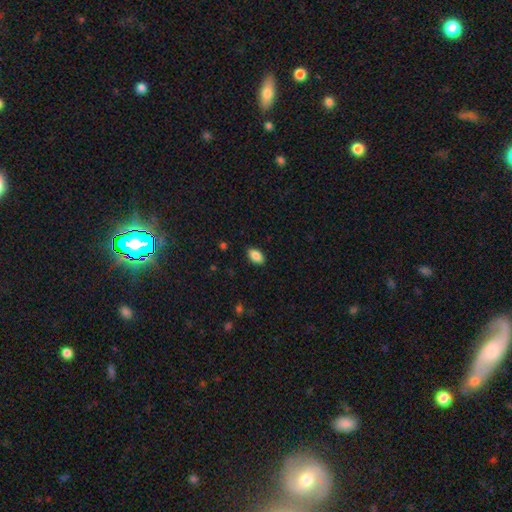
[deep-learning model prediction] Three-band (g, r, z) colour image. It shows a smooth galaxy with no disk features (87%) that is in between round and cigar-shaped (93%). Merging: none (89%).